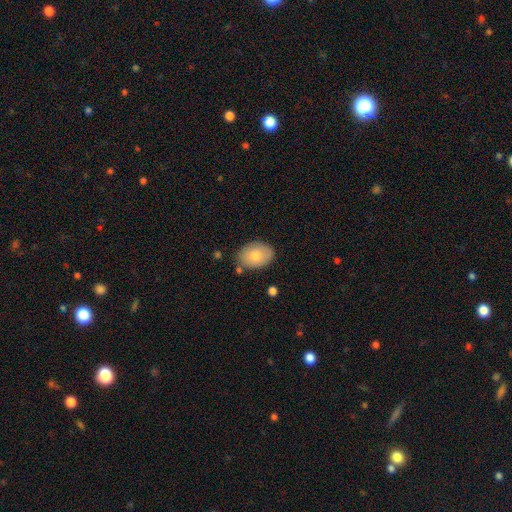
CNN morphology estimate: Smooth or featured: smooth — 77% (featured or disk — 17%)
How rounded: in between — 78% (round — 21%)
Merging: none — 78% (minor disturbance — 15%)